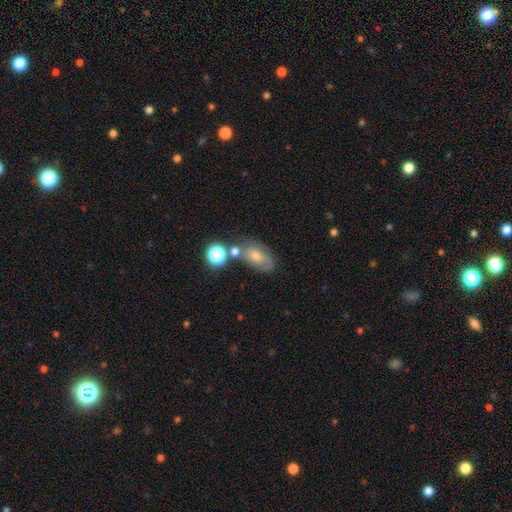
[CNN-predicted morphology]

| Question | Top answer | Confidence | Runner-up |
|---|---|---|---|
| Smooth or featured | smooth | 45% | featured or disk (38%) |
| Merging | none | 55% | minor disturbance (22%) |